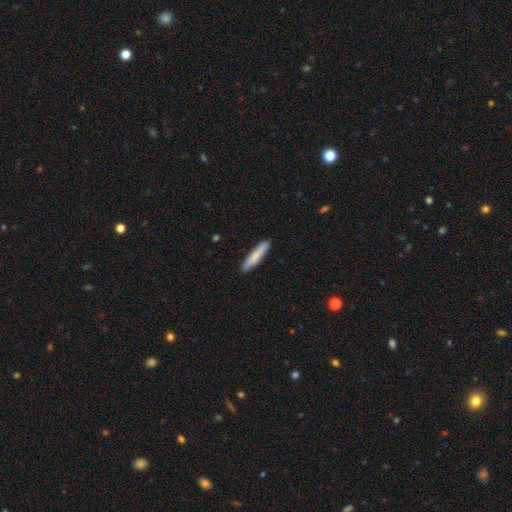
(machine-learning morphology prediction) Overall: smooth (78%). How rounded: cigar-shaped (88%). Merging: none (89%).